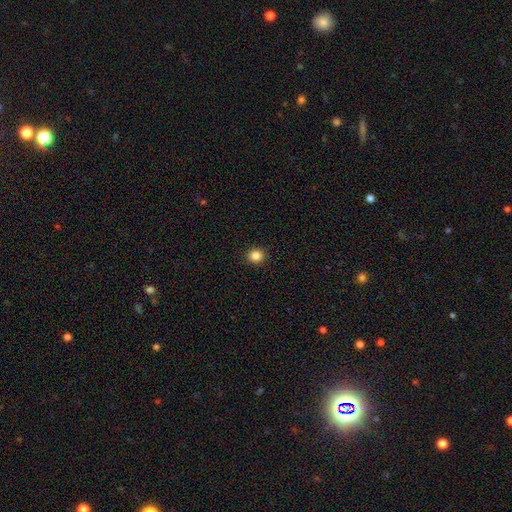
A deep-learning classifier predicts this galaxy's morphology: Smooth or featured? Predicted: smooth (p=0.85). How rounded? Predicted: round (p=0.87). Merging? Predicted: none (p=0.93).